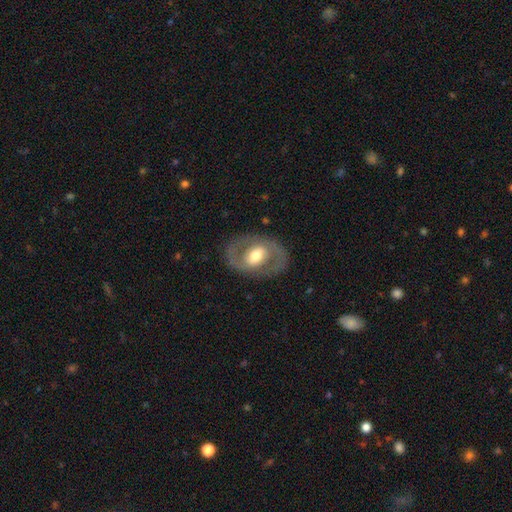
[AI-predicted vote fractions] Smooth or featured? Predicted: featured or disk (p=0.69). Edge-on disk? Predicted: no (p=0.94). Bar? Predicted: weak (p=0.40). Spiral arms? Predicted: yes (p=0.56). Bulge size? Predicted: moderate (p=0.64). Merging? Predicted: none (p=0.81).